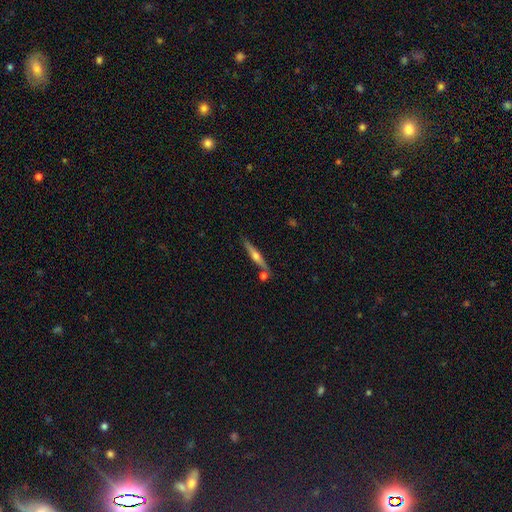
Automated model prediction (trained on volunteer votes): smooth-or-featured: featured or disk: 66% | smooth: 28% | star or artifact: 6%
  disk-edge-on: yes: 97% | no: 3%
    edge-on-bulge: rounded: 88% | none: 6% | boxy: 5%
  merging: none: 79% | minor disturbance: 10% | merger: 9% | major disturbance: 2%